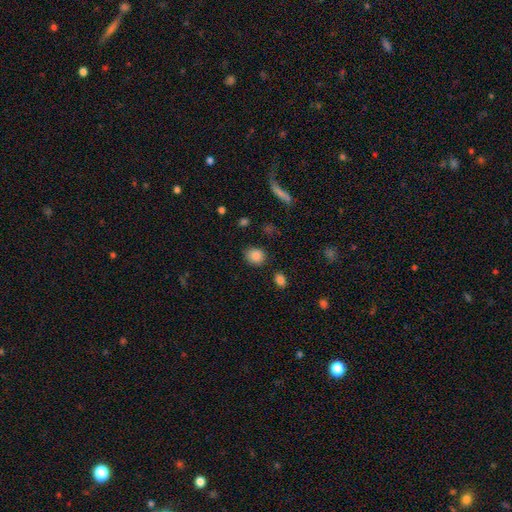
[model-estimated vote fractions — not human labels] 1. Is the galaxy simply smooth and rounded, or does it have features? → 86% smooth, 9% star or artifact, 4% featured or disk.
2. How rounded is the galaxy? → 72% round, 27% in between, 1% cigar-shaped.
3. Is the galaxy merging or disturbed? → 81% none, 12% minor disturbance, 4% major disturbance, 3% merger.